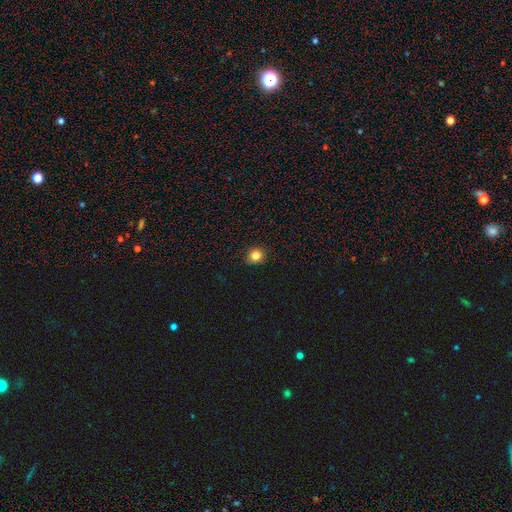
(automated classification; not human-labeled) The model was most divided on "how rounded": round: 82%, in between: 17%, cigar-shaped: 1%. More confident: merging — none (86%); smooth or featured — smooth (83%).